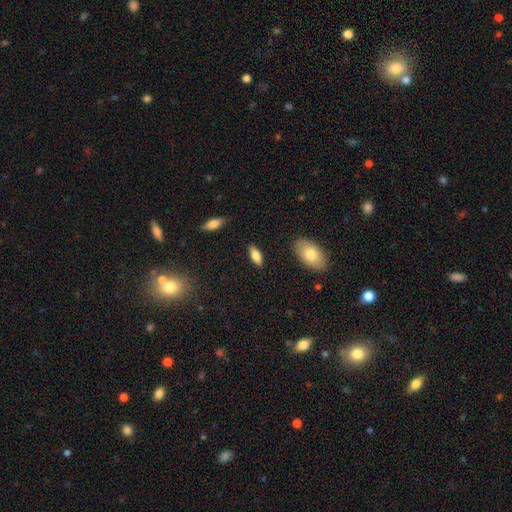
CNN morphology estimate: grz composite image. It shows a smooth galaxy with no disk features (76%) that is in between round and cigar-shaped (77%). Merging: none (86%).